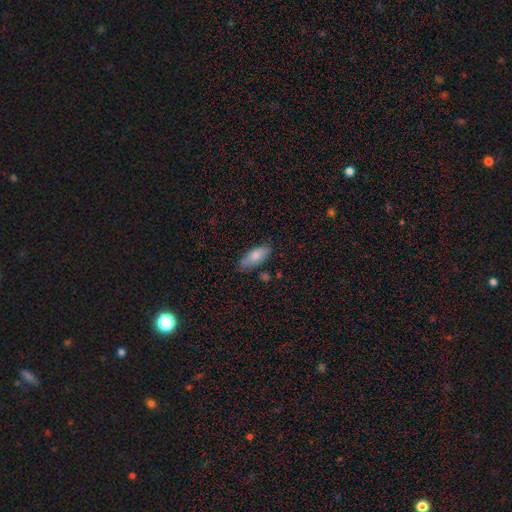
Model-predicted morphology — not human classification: Smooth or featured? smooth (80%)
How rounded? in between (84%)
Merging? none (77%)